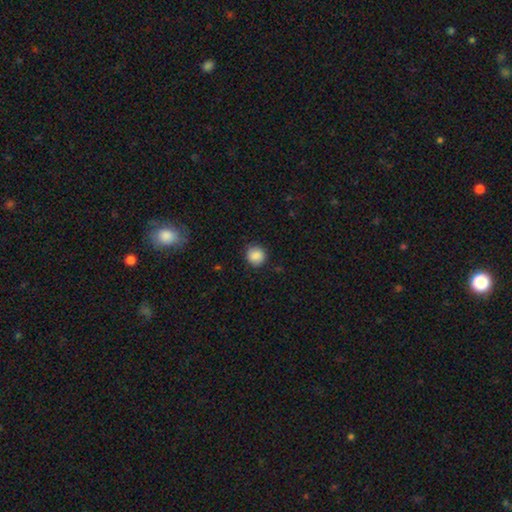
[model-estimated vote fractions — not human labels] The model was most divided on "smooth or featured": smooth: 88%, star or artifact: 9%, featured or disk: 3%. More confident: how rounded — round (92%); merging — none (88%).